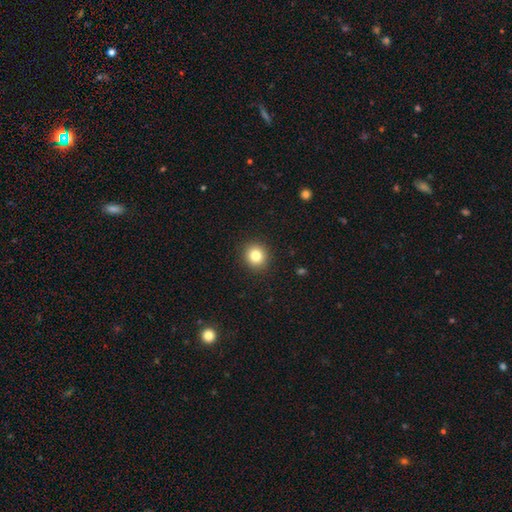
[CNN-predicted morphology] Smooth or featured? Predicted: smooth (p=0.82). How rounded? Predicted: round (p=0.89). Merging? Predicted: none (p=0.91).